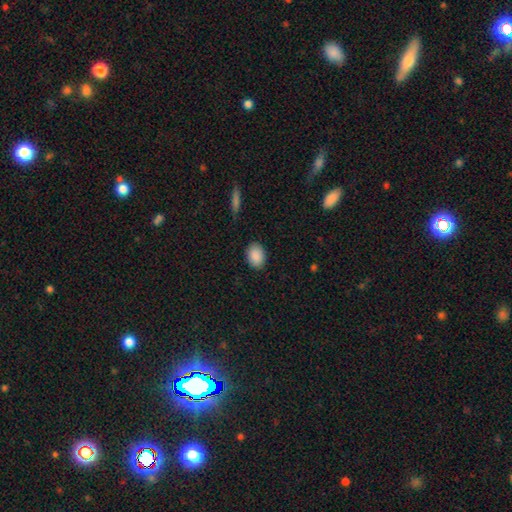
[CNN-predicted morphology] smooth 90%, star or artifact 7%, featured or disk 3%. Down the decision tree: how rounded — in between (76%); merging — none (87%).